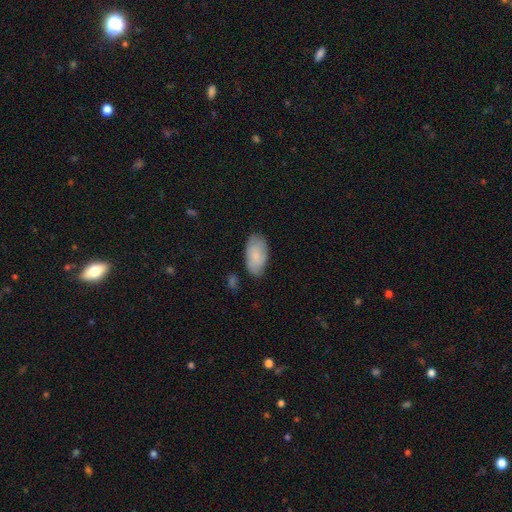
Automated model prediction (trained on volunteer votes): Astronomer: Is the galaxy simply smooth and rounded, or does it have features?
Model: smooth — 81%.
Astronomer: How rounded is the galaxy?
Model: in between — 95%.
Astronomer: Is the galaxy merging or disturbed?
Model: none — 76%.